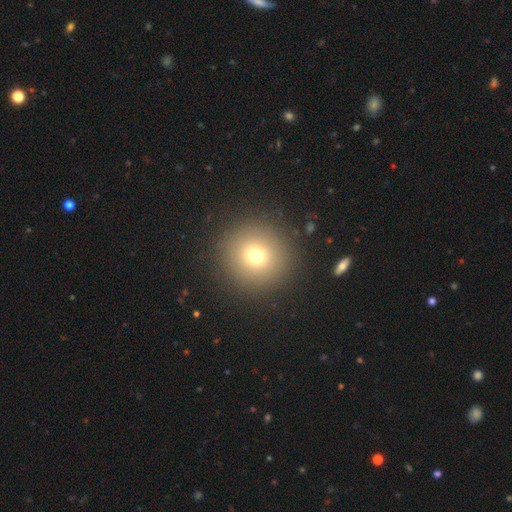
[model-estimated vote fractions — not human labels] This appears to be a smooth galaxy with no disk features (72%) that is round (95%). Merging: none (91%).